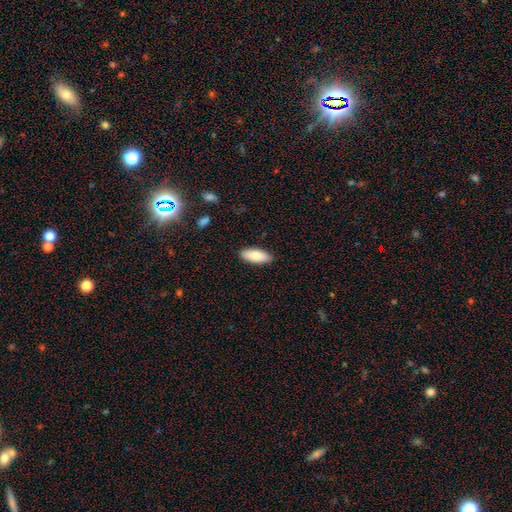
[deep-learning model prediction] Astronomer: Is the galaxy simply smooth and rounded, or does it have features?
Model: smooth — 85%.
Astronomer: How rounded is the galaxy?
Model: in between — 80%.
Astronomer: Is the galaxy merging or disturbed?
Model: none — 89%.